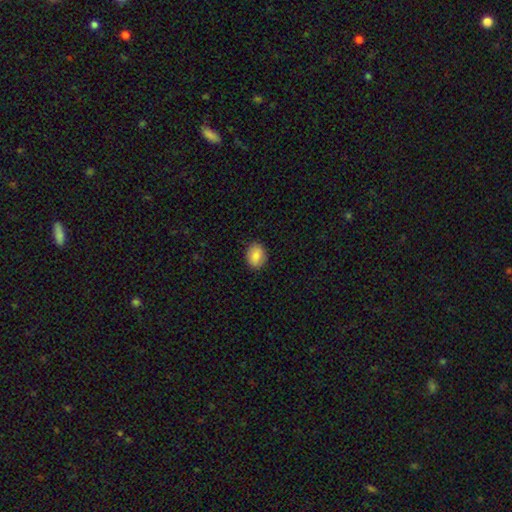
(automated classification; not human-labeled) smooth_or_featured: smooth (p=0.86) [alt: star or artifact p=0.07]
how_rounded: in between (p=0.61) [alt: round p=0.37]
merging: none (p=0.89) [alt: minor disturbance p=0.08]